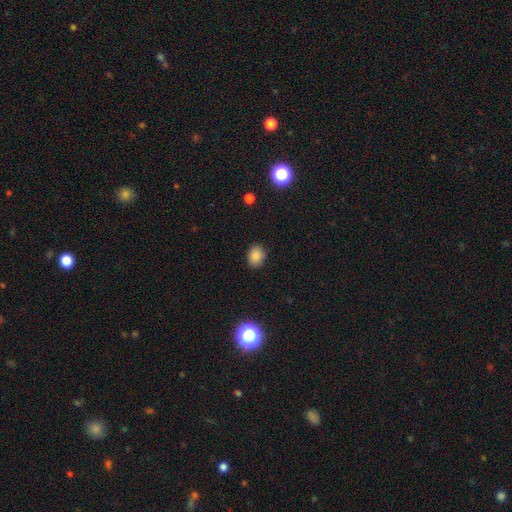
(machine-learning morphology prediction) Smooth or featured: smooth — 84% (star or artifact — 11%)
How rounded: in between — 60% (round — 39%)
Merging: none — 86% (minor disturbance — 10%)